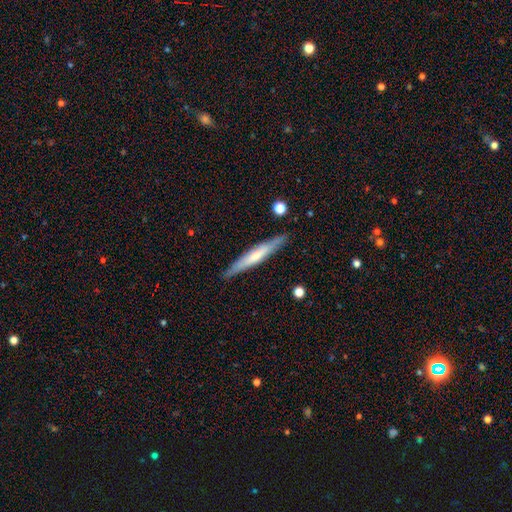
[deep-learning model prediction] Overall: featured or disk (49%; smooth 45%). Merging: none (88%).